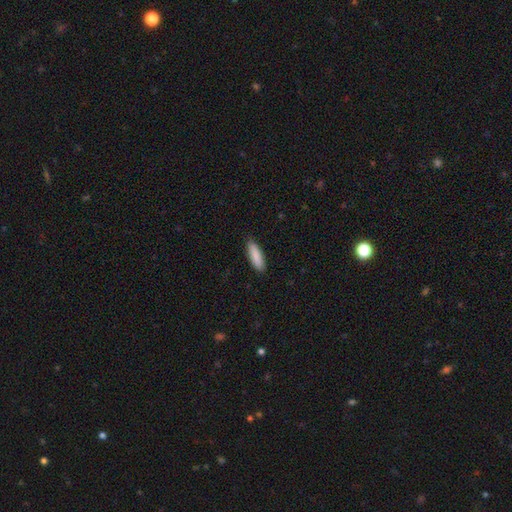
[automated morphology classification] A smooth galaxy with no disk features (89%) that is cigar-shaped (51%).

Vote fractions:
- Smooth or featured? smooth: 89% / featured or disk: 6% / star or artifact: 5%
- How rounded? cigar-shaped: 51% / in between: 48% / round: 1%
- Merging? none: 88% / minor disturbance: 9% / major disturbance: 2% / merger: 1%